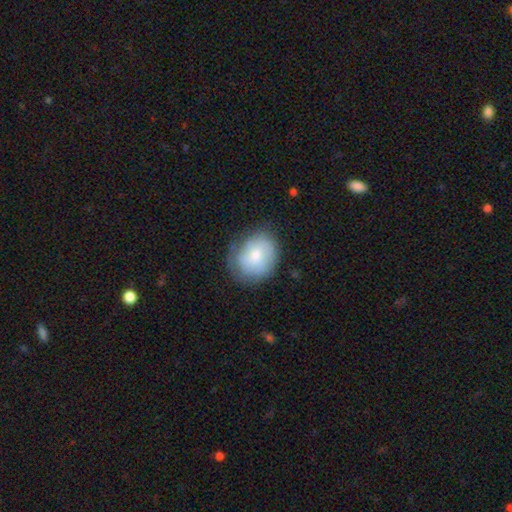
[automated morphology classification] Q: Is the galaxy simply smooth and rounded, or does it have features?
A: smooth — 64%.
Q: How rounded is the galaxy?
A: round — 61%.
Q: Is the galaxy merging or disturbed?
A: none — 68%.